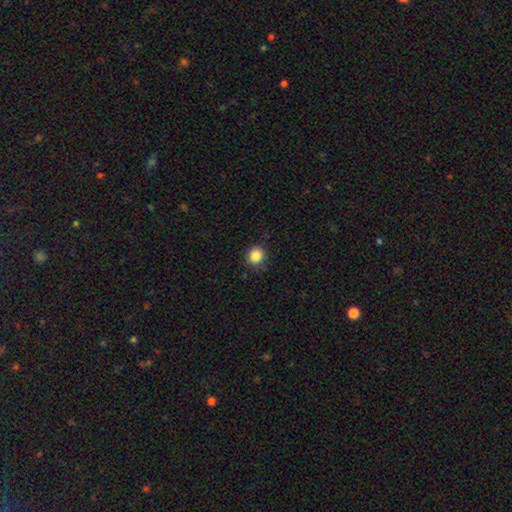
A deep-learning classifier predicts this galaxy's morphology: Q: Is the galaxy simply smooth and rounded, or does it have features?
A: smooth — 86%.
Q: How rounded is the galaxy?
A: round — 88%.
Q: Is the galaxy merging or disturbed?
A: none — 86%.